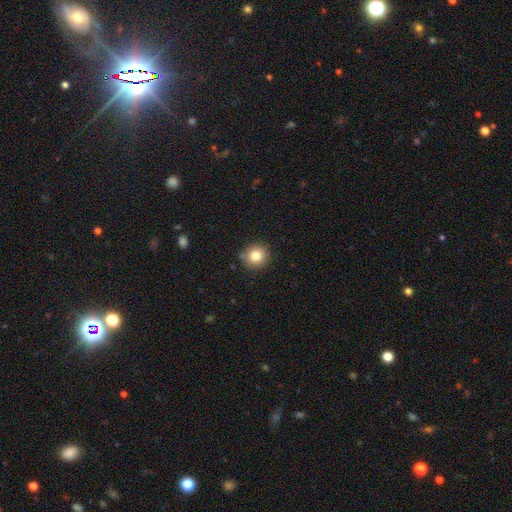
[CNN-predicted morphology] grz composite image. It shows a smooth galaxy with no disk features (82%) that is round (91%). Merging: none (87%).